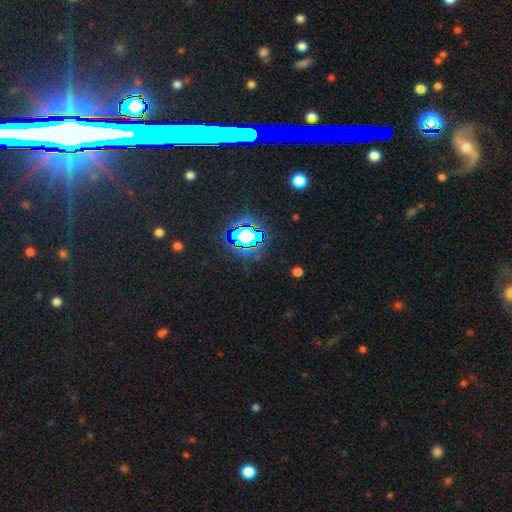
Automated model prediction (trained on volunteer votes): Smooth or featured: star or artifact — 78% (featured or disk — 12%)